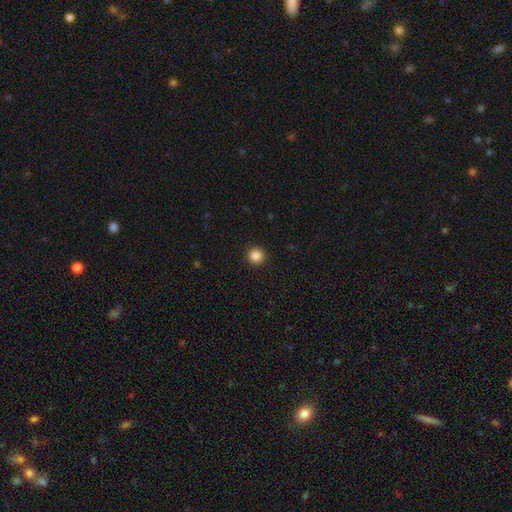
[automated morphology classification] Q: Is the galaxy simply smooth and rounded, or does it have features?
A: smooth — 86%.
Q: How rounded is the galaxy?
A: round — 96%.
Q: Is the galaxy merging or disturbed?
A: none — 93%.